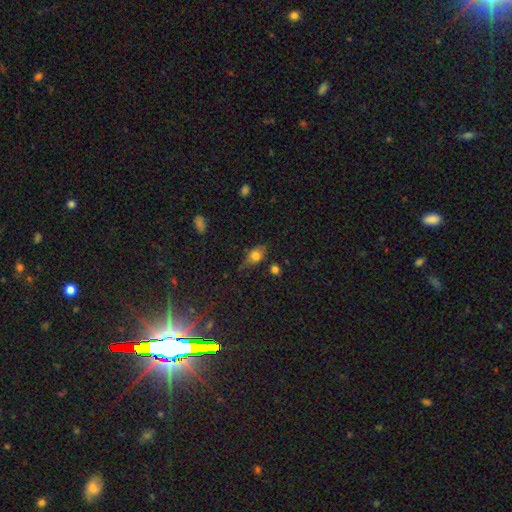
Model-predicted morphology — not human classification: smooth 75%, featured or disk 13%, star or artifact 12%. Down the decision tree: how rounded — in between (71%); merging — none (58%).